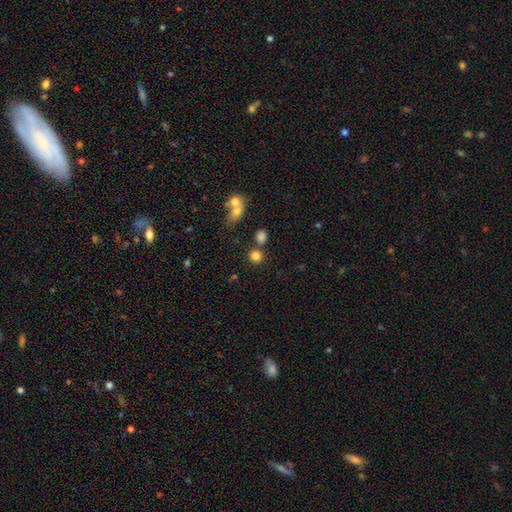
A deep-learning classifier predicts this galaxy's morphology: The model was most divided on "merging": none: 70%, merger: 18%, minor disturbance: 8%, major disturbance: 4%. More confident: how rounded — round (85%); smooth or featured — smooth (81%).